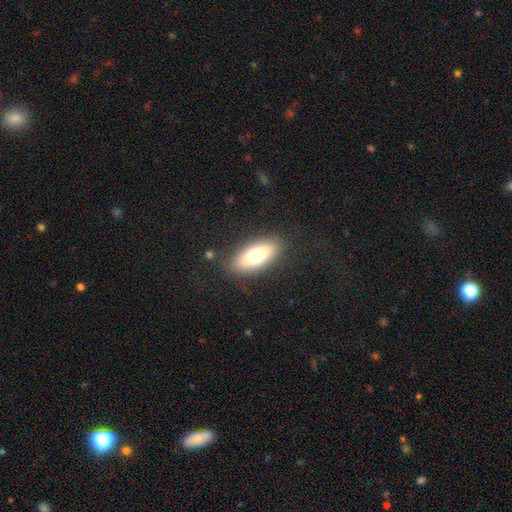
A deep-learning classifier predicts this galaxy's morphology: Smooth or featured: smooth — 68% (featured or disk — 24%)
How rounded: in between — 78% (cigar-shaped — 18%)
Merging: none — 84% (minor disturbance — 11%)